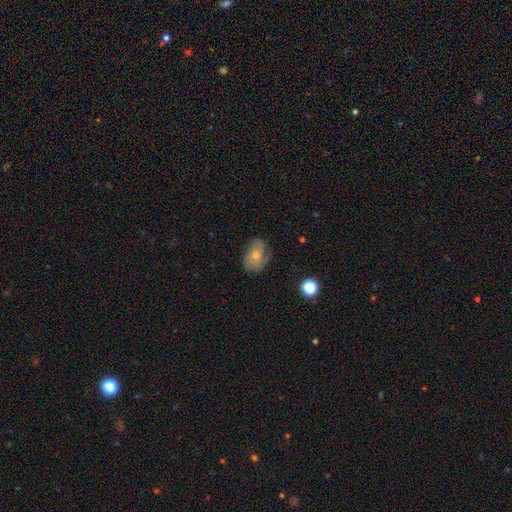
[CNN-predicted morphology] Smooth or featured? Predicted: smooth (p=0.64). How rounded? Predicted: in between (p=0.71). Merging? Predicted: none (p=0.64).